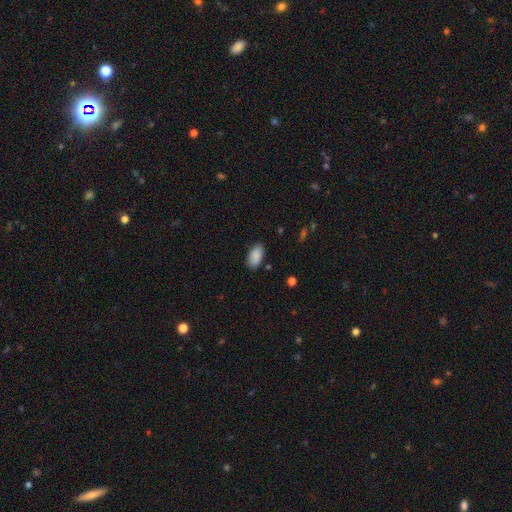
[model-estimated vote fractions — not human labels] This appears to be a smooth galaxy with no disk features (89%) that is in between round and cigar-shaped (94%). Merging: none (84%).